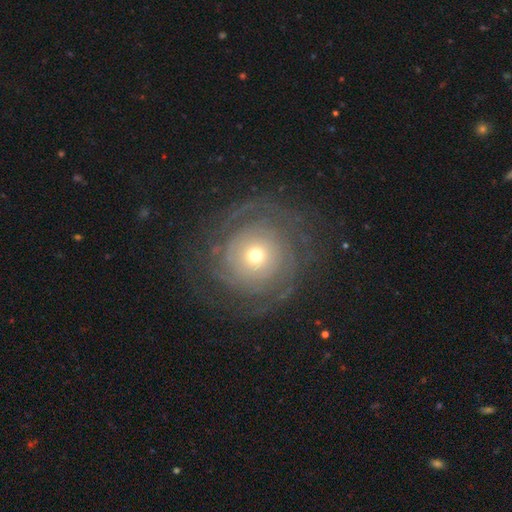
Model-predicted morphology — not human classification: smooth_or_featured: featured or disk (p=0.75) [alt: smooth p=0.17]
disk_edge_on: no (p=0.97) [alt: yes p=0.03]
bar: no (p=0.85) [alt: weak p=0.11]
has_spiral_arms: yes (p=0.87) [alt: no p=0.13]
spiral_winding: tight (p=0.72) [alt: medium p=0.19]
spiral_arm_count: can't tell (p=0.38) [alt: 2 p=0.25]
bulge_size: small (p=0.56) [alt: moderate p=0.36]
merging: none (p=0.74) [alt: minor disturbance p=0.13]